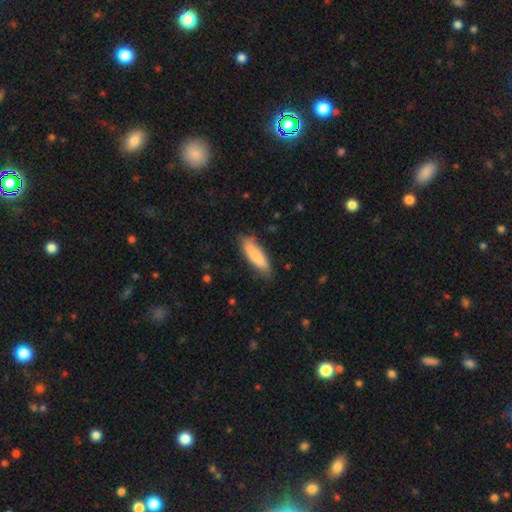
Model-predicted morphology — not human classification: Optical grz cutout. It shows a smooth galaxy with no disk features (85%) that is cigar-shaped (59%). Merging: none (78%).